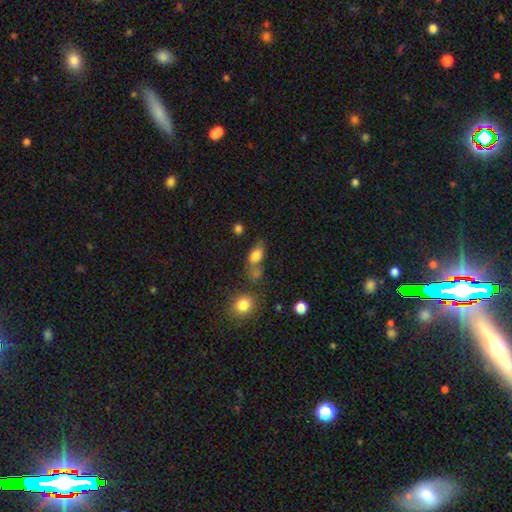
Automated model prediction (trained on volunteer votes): Morphology: type=smooth (74%); roundness=in between (79%); merging=none (40%).